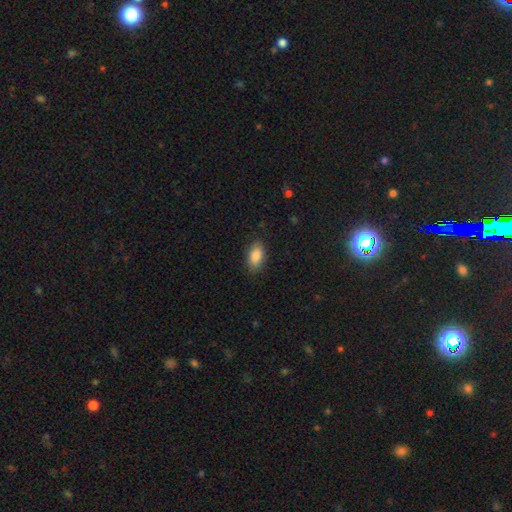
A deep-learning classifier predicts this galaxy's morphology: A smooth galaxy with no disk features (88%) that is in between round and cigar-shaped (92%). Merging: none (85%).